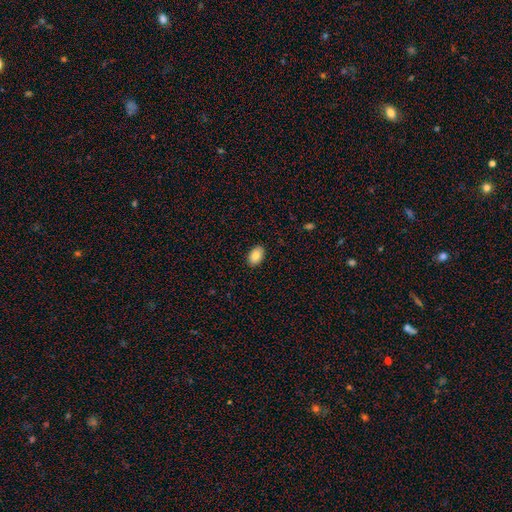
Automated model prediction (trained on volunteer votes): Morphology: type=smooth (85%); roundness=in between (89%); merging=none (90%).